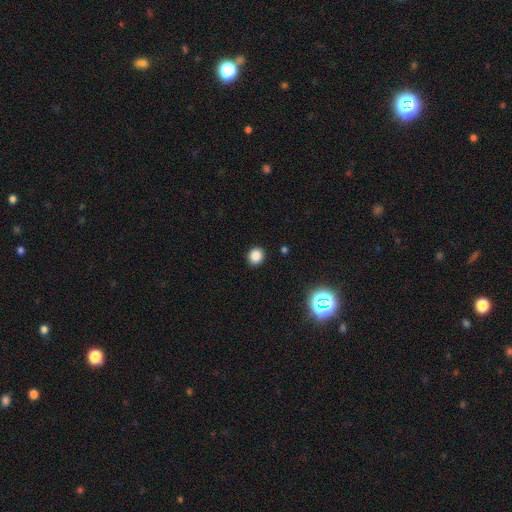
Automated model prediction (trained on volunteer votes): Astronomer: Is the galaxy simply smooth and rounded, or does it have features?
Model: smooth — 84%.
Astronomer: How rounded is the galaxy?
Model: round — 81%.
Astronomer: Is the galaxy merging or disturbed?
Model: none — 91%.